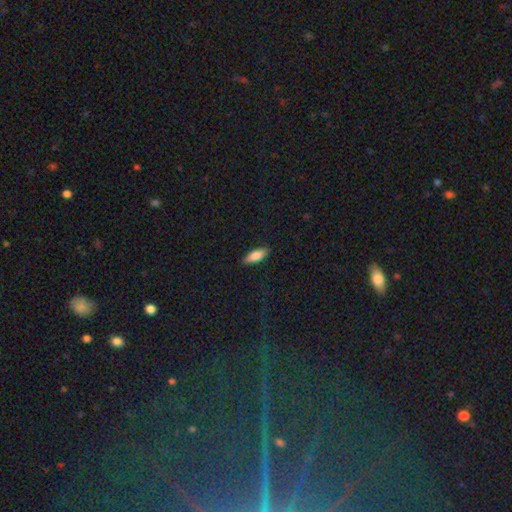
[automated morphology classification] A smooth galaxy with no disk features (82%) that is in between round and cigar-shaped (69%).

Vote fractions:
- Smooth or featured? smooth: 82% / featured or disk: 12% / star or artifact: 6%
- How rounded? in between: 69% / cigar-shaped: 29% / round: 2%
- Merging? none: 87% / minor disturbance: 10% / major disturbance: 2% / merger: 1%